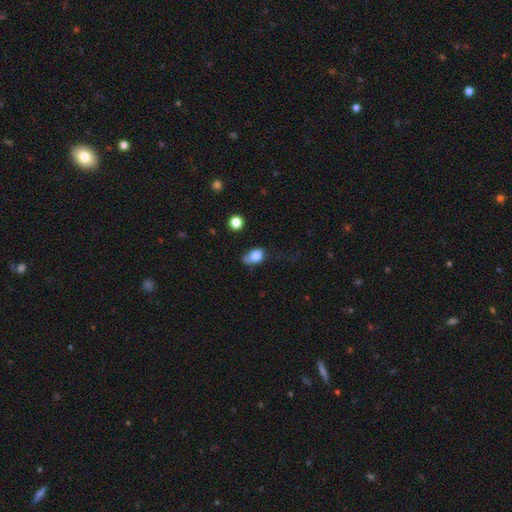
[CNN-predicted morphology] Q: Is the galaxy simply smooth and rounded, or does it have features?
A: smooth — 78%.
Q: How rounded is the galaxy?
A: in between — 71%.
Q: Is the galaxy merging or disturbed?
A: minor disturbance — 36%.